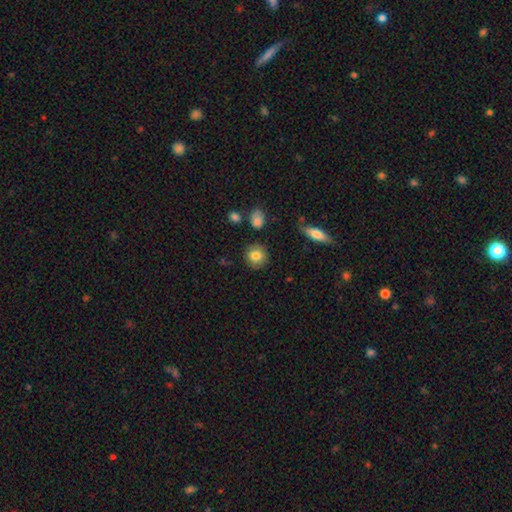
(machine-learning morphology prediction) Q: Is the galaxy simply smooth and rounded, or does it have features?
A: smooth — 82%.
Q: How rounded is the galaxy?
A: round — 88%.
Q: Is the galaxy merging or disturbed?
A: none — 87%.